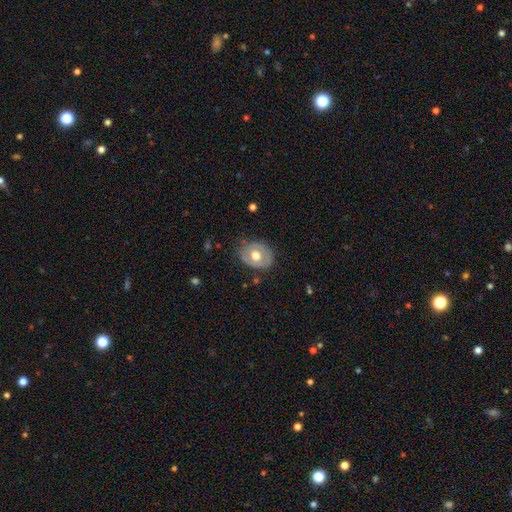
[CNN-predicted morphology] Q: Smooth or featured?
A: smooth (47%); runner-up: featured or disk (46%)
Q: Merging?
A: none (73%); runner-up: minor disturbance (20%)